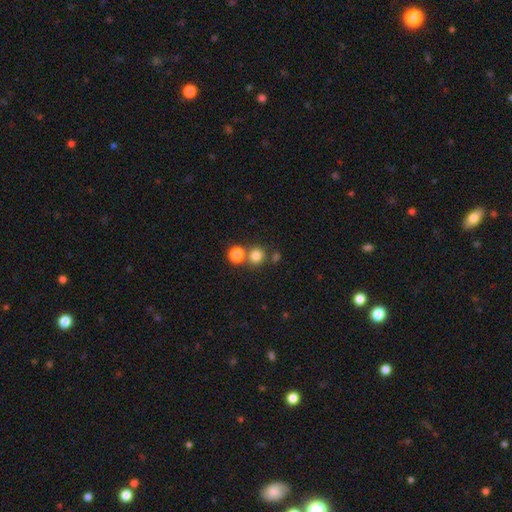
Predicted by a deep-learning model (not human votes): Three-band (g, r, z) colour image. It shows a smooth galaxy with no disk features (79%) that is round (90%). Merging: none (68%).